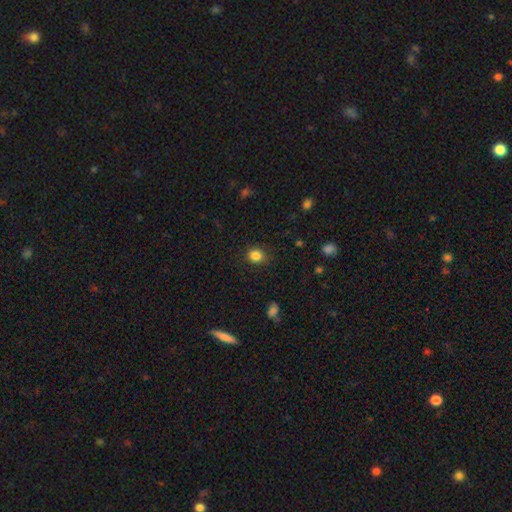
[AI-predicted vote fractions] smooth 84%, star or artifact 11%, featured or disk 4%. Down the decision tree: how rounded — round (73%); merging — none (84%).